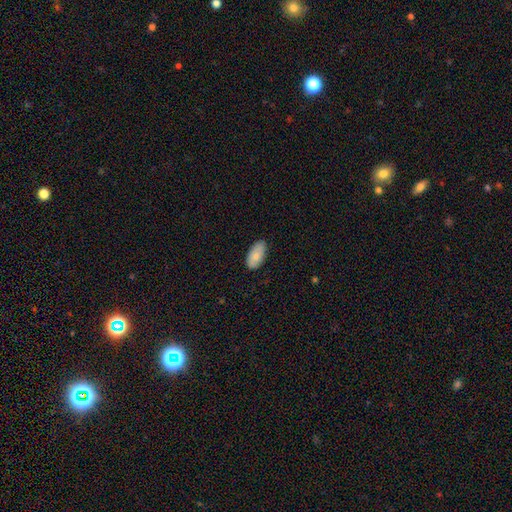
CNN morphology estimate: Smooth or featured? smooth (81%)
How rounded? in between (94%)
Merging? none (83%)